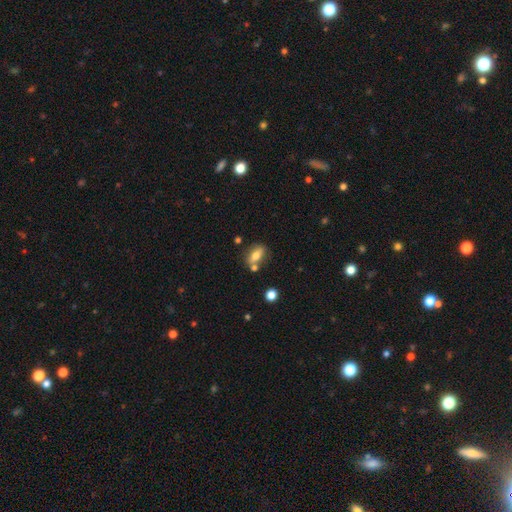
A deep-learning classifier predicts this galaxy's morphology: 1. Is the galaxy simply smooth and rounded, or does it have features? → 69% smooth, 22% featured or disk, 9% star or artifact.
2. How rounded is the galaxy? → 76% in between, 13% cigar-shaped, 11% round.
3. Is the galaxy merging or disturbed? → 67% none, 15% merger, 14% minor disturbance, 4% major disturbance.